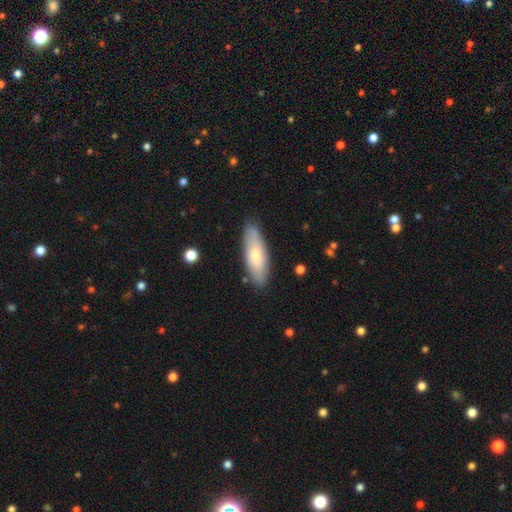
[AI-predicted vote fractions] A smooth galaxy with no disk features (68%) that is in between round and cigar-shaped (61%). Merging: none (82%).